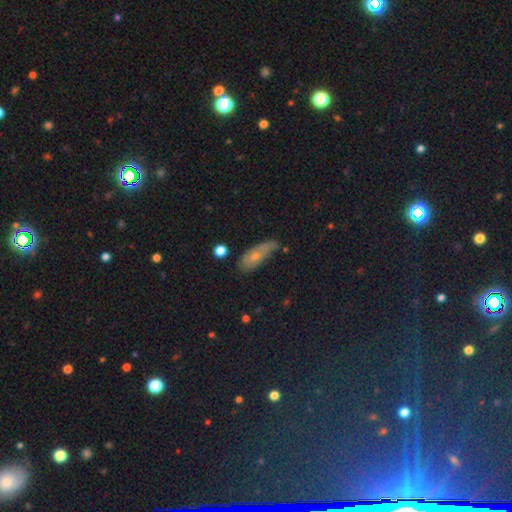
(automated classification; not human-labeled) smooth 57%, featured or disk 31%, star or artifact 12%. Down the decision tree: how rounded — in between (70%); merging — none (51%).